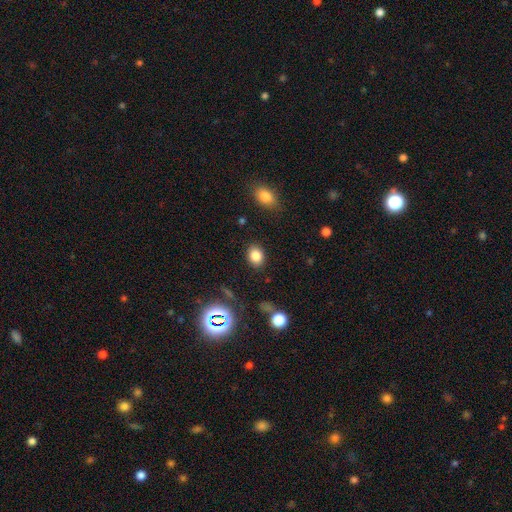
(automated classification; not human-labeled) A smooth galaxy with no disk features (82%) that is in between round and cigar-shaped (60%). Merging: none (87%).